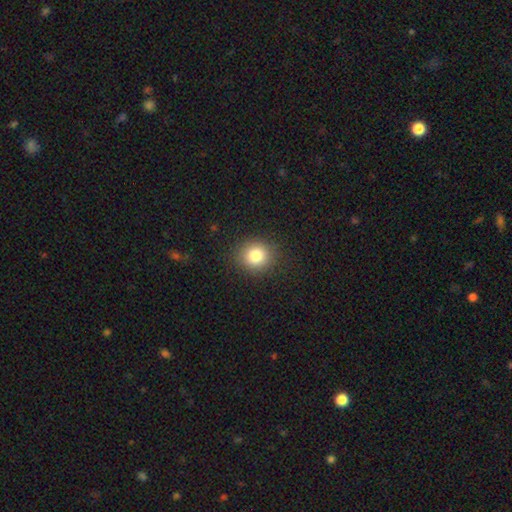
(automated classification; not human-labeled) A smooth galaxy with no disk features (83%) that is round (81%).

Vote fractions:
- Smooth or featured? smooth: 83% / star or artifact: 11% / featured or disk: 6%
- How rounded? round: 81% / in between: 18% / cigar-shaped: 1%
- Merging? none: 89% / minor disturbance: 8% / major disturbance: 3% / merger: 1%